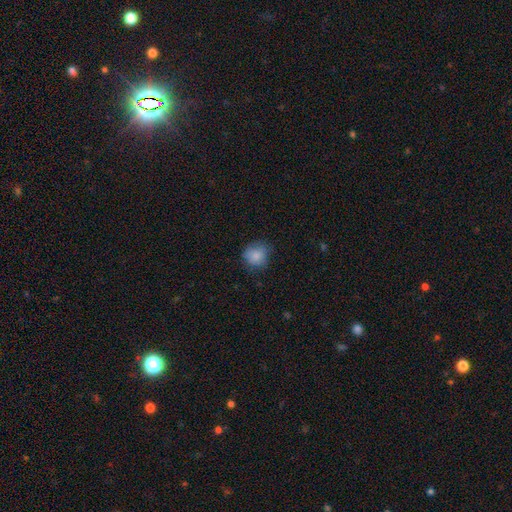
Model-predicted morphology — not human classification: This appears to be a smooth galaxy with no disk features (84%) that is round (84%). Merging: none (74%).